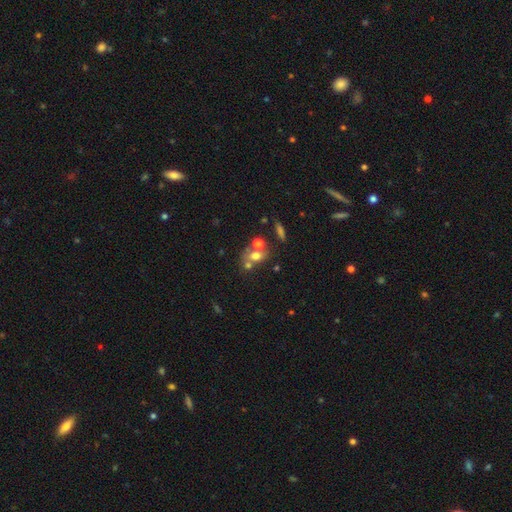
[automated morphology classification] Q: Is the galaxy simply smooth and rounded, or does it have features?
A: smooth — 61%.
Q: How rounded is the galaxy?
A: in between — 55%.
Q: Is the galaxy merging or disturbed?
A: merger — 42%.